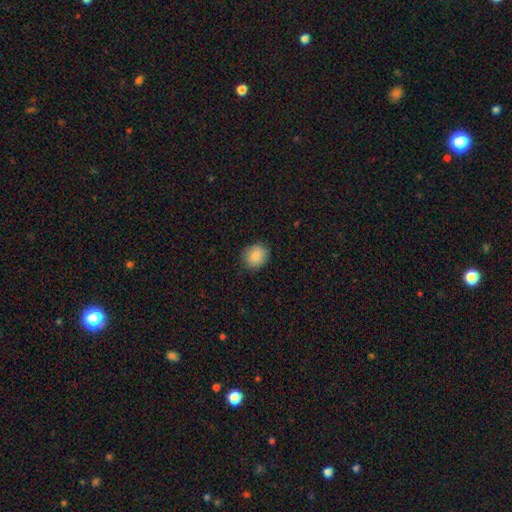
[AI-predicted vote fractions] Q: Smooth or featured?
A: smooth (87%); runner-up: star or artifact (8%)
Q: How rounded?
A: round (76%); runner-up: in between (23%)
Q: Merging?
A: none (86%); runner-up: minor disturbance (10%)